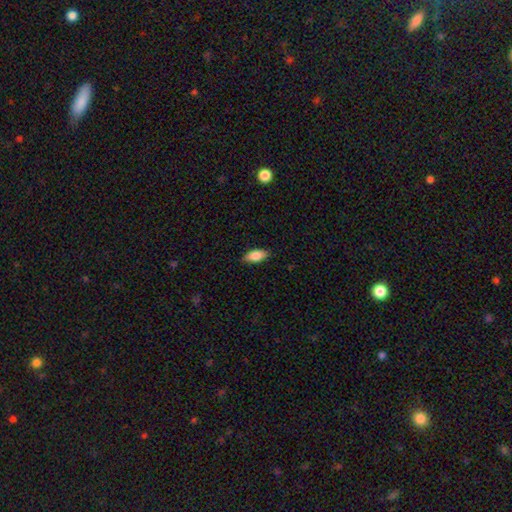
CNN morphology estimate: This is clearly a smooth galaxy (85%). How rounded: clearly in between (87%). Merging: clearly none (86%).